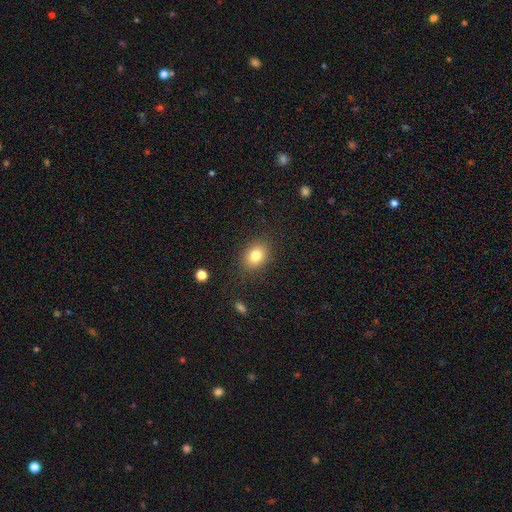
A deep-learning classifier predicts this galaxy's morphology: smooth-or-featured: smooth: 81% | star or artifact: 10% | featured or disk: 9%
  how-rounded: in between: 61% | round: 38% | cigar-shaped: 1%
  merging: none: 85% | minor disturbance: 10% | major disturbance: 3% | merger: 1%